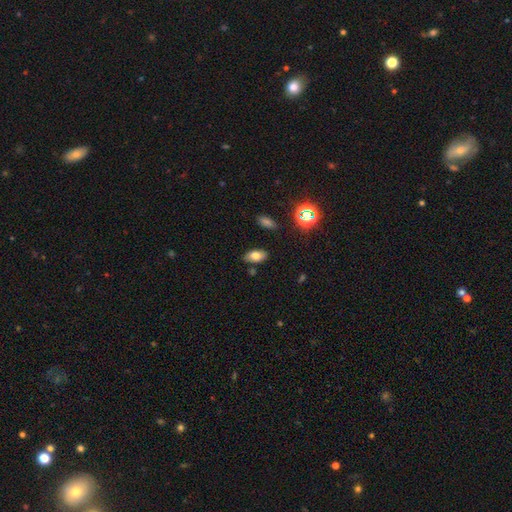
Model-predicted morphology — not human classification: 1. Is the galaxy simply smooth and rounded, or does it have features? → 76% smooth, 13% featured or disk, 11% star or artifact.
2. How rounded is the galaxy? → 91% in between, 6% round, 3% cigar-shaped.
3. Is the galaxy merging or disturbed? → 82% none, 12% minor disturbance, 3% merger, 3% major disturbance.